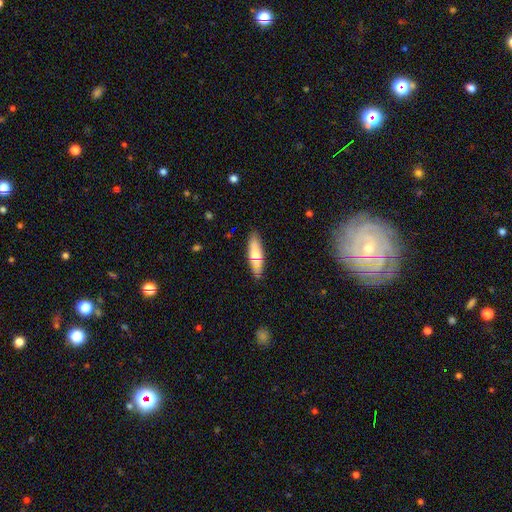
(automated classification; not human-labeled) smooth-or-featured: smooth: 64% | featured or disk: 30% | star or artifact: 6%
  how-rounded: cigar-shaped: 54% | in between: 44% | round: 2%
  merging: none: 82% | minor disturbance: 14% | major disturbance: 3% | merger: 2%